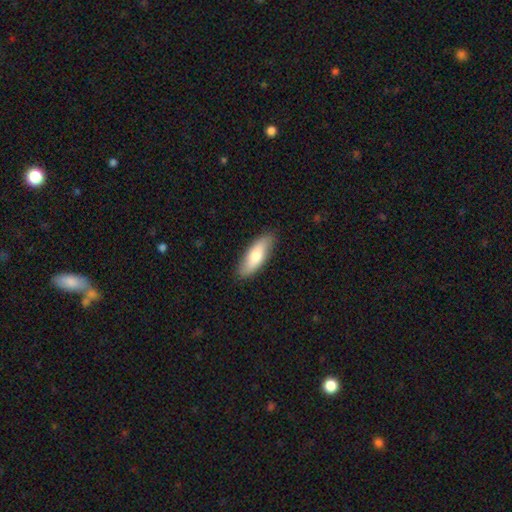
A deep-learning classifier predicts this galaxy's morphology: Smooth or featured?
  - smooth: 71% *
  - featured or disk: 24%
  - star or artifact: 5%
How rounded?
  - in between: 59% *
  - cigar-shaped: 38%
  - round: 2%
Merging?
  - none: 86% *
  - minor disturbance: 11%
  - major disturbance: 2%
  - merger: 1%